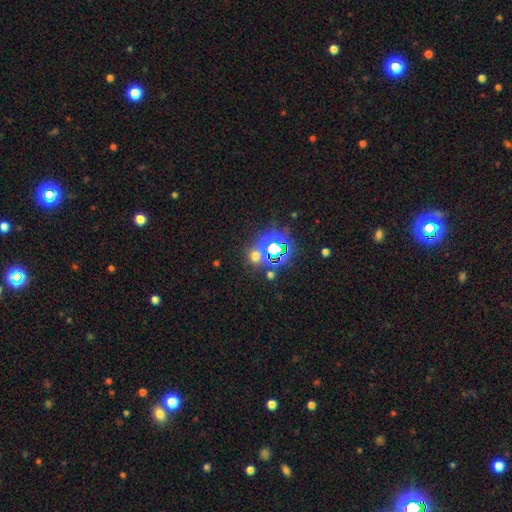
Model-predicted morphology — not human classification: A star or artifact, not a galaxy (53%).